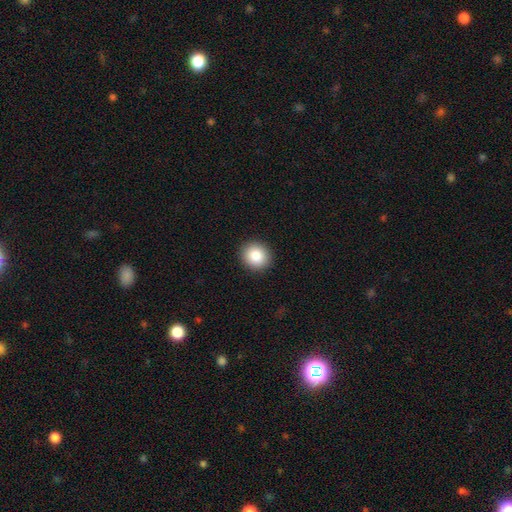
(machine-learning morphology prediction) Smooth or featured: smooth — 86% (star or artifact — 9%)
How rounded: round — 84% (in between — 15%)
Merging: none — 92% (minor disturbance — 5%)